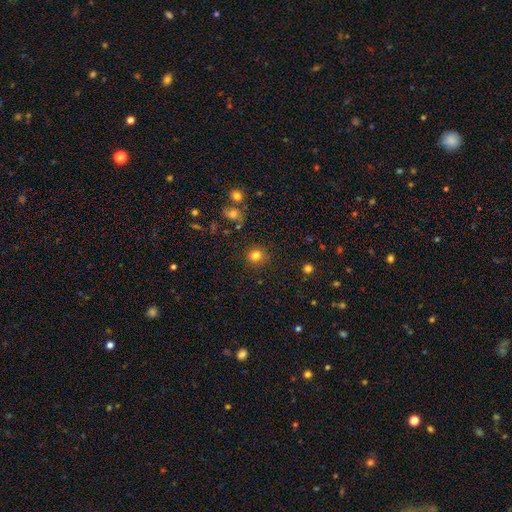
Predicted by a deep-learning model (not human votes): smooth-or-featured: smooth: 81% | star or artifact: 13% | featured or disk: 6%
  how-rounded: round: 87% | in between: 12% | cigar-shaped: 1%
  merging: none: 87% | minor disturbance: 8% | major disturbance: 3% | merger: 2%